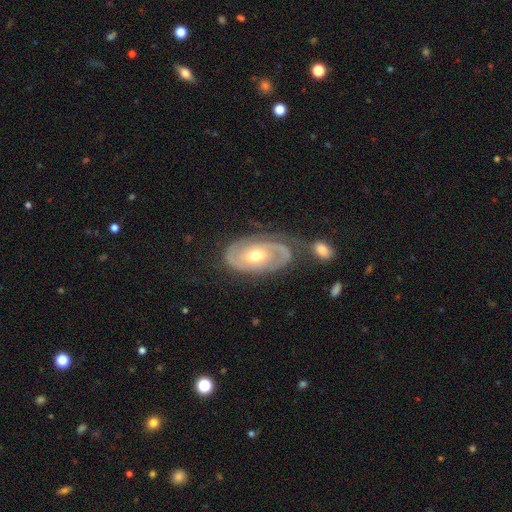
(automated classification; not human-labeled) smooth_or_featured: featured or disk (p=0.88) [alt: smooth p=0.07]
disk_edge_on: no (p=0.96) [alt: yes p=0.04]
bar: no (p=0.67) [alt: weak p=0.26]
has_spiral_arms: yes (p=0.95) [alt: no p=0.05]
spiral_winding: tight (p=0.64) [alt: medium p=0.29]
spiral_arm_count: 2 (p=0.81) [alt: can't tell p=0.08]
bulge_size: moderate (p=0.73) [alt: small p=0.22]
merging: none (p=0.68) [alt: minor disturbance p=0.17]